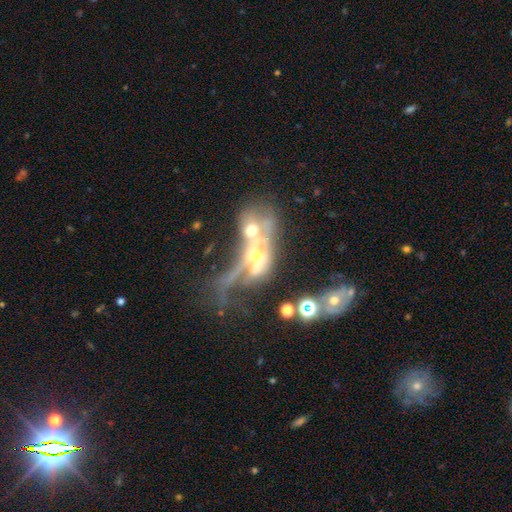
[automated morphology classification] This appears to be a featured or disk galaxy (60%). Merging: merger (67%).